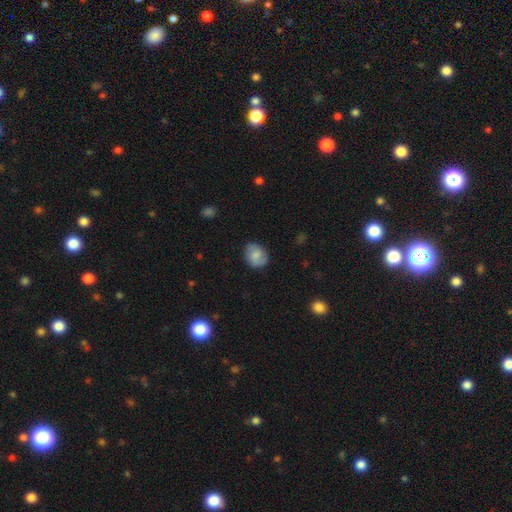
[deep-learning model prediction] A smooth galaxy with no disk features (67%) that is round (54%). Merging: none (78%).